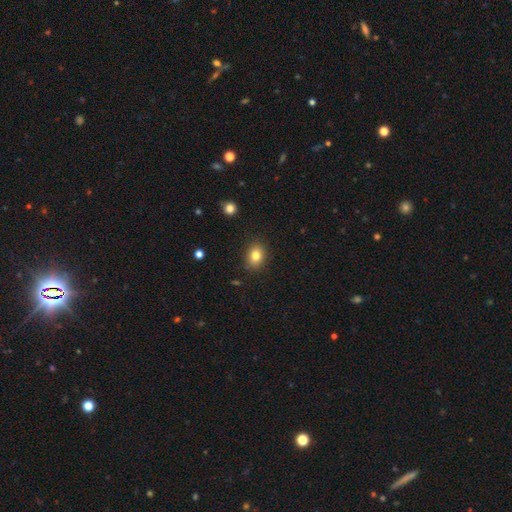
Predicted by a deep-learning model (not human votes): smooth_or_featured: smooth (p=0.82) [alt: star or artifact p=0.10]
how_rounded: in between (p=0.55) [alt: round p=0.44]
merging: none (p=0.86) [alt: minor disturbance p=0.10]